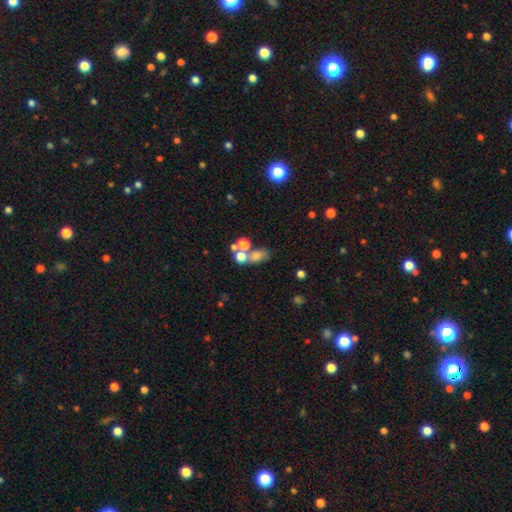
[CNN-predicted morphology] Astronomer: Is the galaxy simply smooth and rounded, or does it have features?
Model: smooth — 64%.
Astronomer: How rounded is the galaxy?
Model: in between — 59% (runner-up: round, 37%).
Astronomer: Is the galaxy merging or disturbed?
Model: merger — 45% (runner-up: none, 36%).